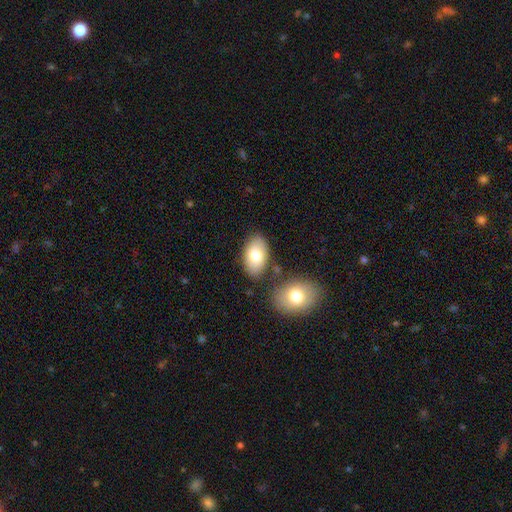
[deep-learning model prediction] A smooth galaxy with no disk features (78%) that is in between round and cigar-shaped (93%).

Vote fractions:
- Smooth or featured? smooth: 78% / featured or disk: 16% / star or artifact: 7%
- How rounded? in between: 93% / round: 6% / cigar-shaped: 1%
- Merging? none: 76% / minor disturbance: 12% / merger: 9% / major disturbance: 3%